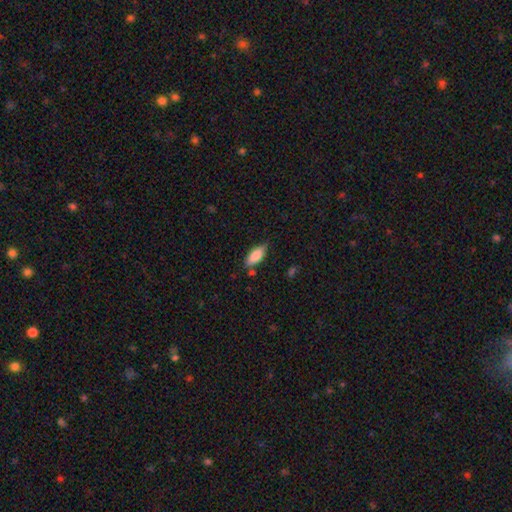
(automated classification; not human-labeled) Smooth or featured? smooth (83%)
How rounded? in between (81%)
Merging? none (70%)